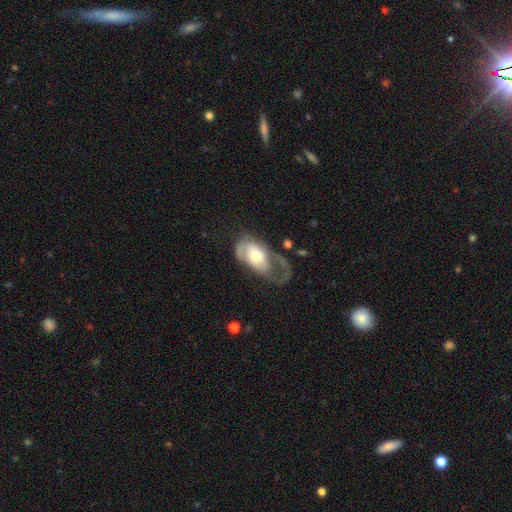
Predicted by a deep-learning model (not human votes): Smooth or featured?
  - featured or disk: 55% *
  - smooth: 39%
  - star or artifact: 6%
Edge-on disk?
  - no: 93% *
  - yes: 7%
Bar?
  - no: 74% *
  - weak: 20%
  - strong: 5%
Spiral arms?
  - yes: 58% *
  - no: 42%
Bulge size?
  - moderate: 62% *
  - large: 21%
  - small: 13%
  - dominant: 2%
  - none: 2%
Merging?
  - major disturbance: 57% *
  - none: 21%
  - minor disturbance: 19%
  - merger: 4%